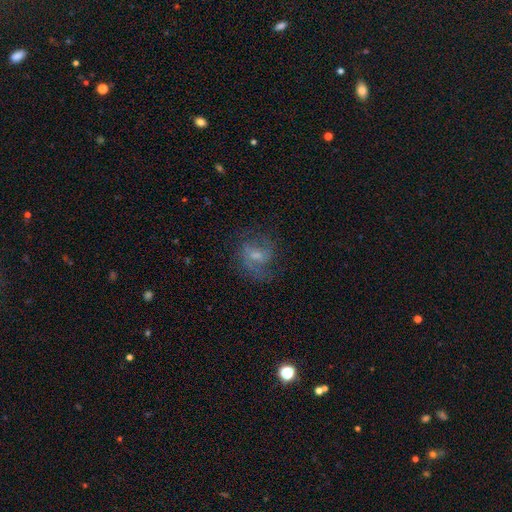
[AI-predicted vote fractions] smooth_or_featured: featured or disk (p=0.58) [alt: smooth p=0.32]
disk_edge_on: no (p=0.97) [alt: yes p=0.03]
bar: weak (p=0.48) [alt: no p=0.41]
has_spiral_arms: yes (p=0.78) [alt: no p=0.22]
bulge_size: small (p=0.43) [alt: moderate p=0.41]
merging: none (p=0.61) [alt: minor disturbance p=0.20]